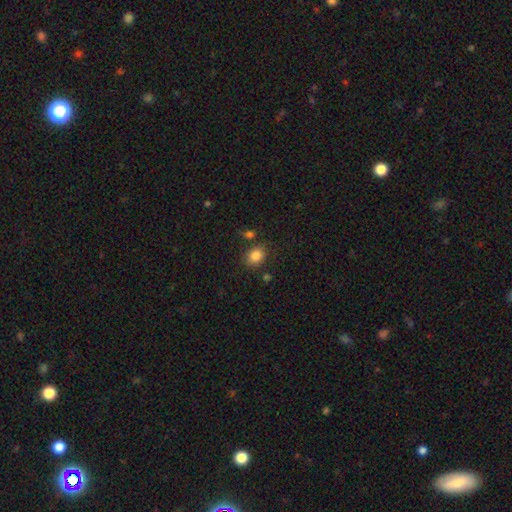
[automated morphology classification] This appears to be a smooth galaxy with no disk features (84%) that is in between round and cigar-shaped (51%). Merging: none (77%).